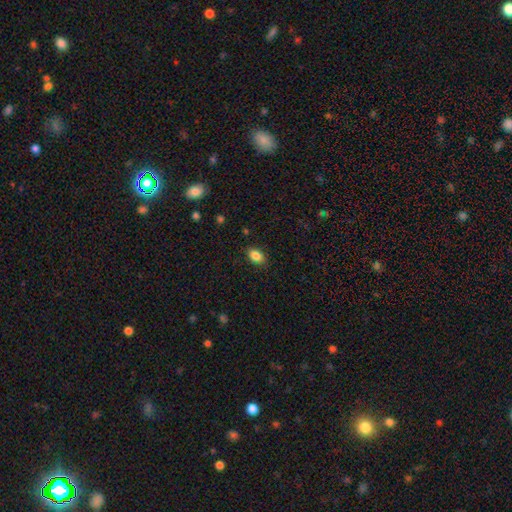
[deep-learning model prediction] smooth 86%, star or artifact 9%, featured or disk 5%. Down the decision tree: how rounded — in between (84%); merging — none (87%).